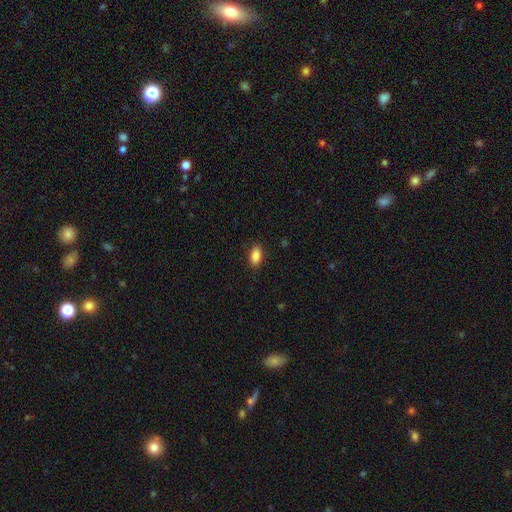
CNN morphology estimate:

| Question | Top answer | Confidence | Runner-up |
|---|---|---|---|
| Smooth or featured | smooth | 88% | star or artifact (8%) |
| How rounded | in between | 90% | round (6%) |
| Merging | none | 87% | minor disturbance (10%) |